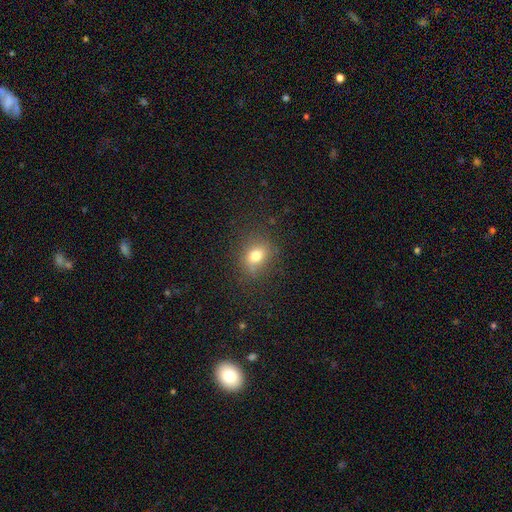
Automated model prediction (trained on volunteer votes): The model was most divided on "how rounded" (2-way tie): in between: 49%, round: 49%, cigar-shaped: 2%. More confident: merging — none (78%); smooth or featured — smooth (75%).